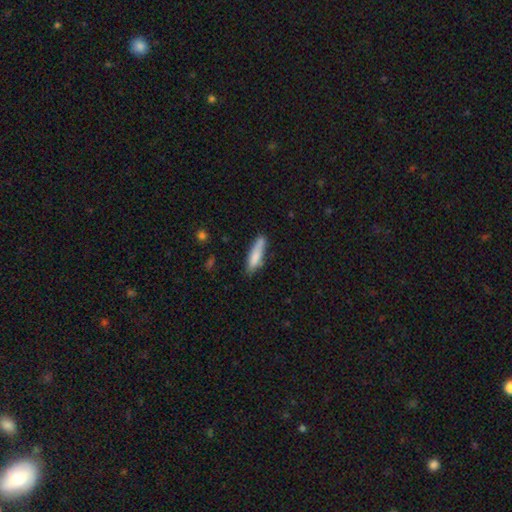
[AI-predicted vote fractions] A smooth galaxy with no disk features (79%) that is cigar-shaped (75%). Merging: none (70%).